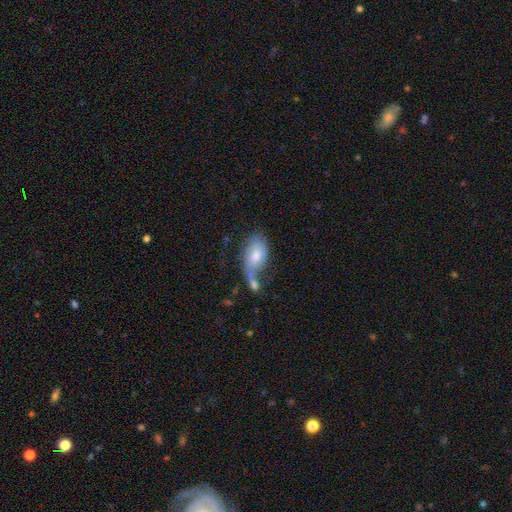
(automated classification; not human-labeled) A smooth galaxy with no disk features (54%) that is in between round and cigar-shaped (89%). Merging: merger (33%).